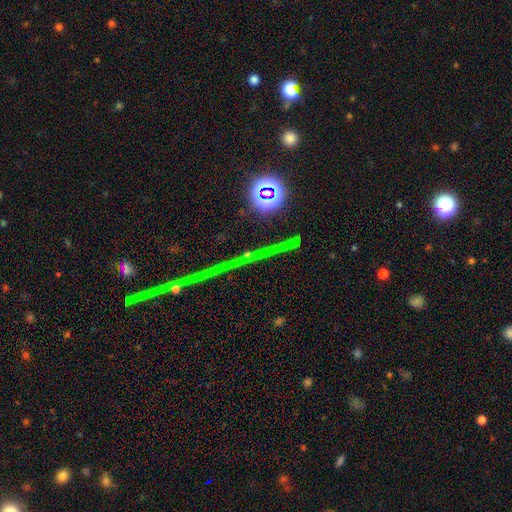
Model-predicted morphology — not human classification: Smooth or featured? star or artifact (76%)